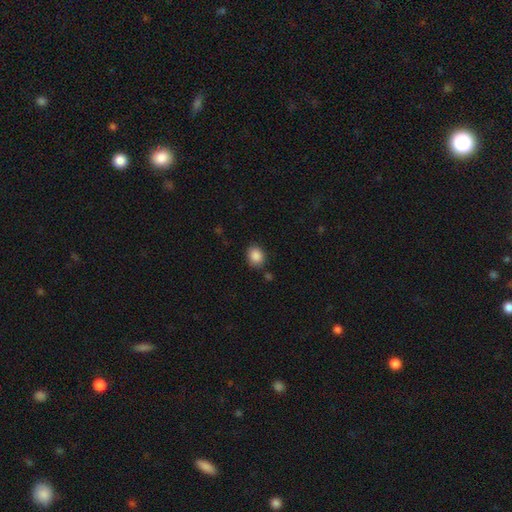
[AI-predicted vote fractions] This is clearly a smooth galaxy (88%). How rounded: possibly round (57%). Merging: clearly none (83%).